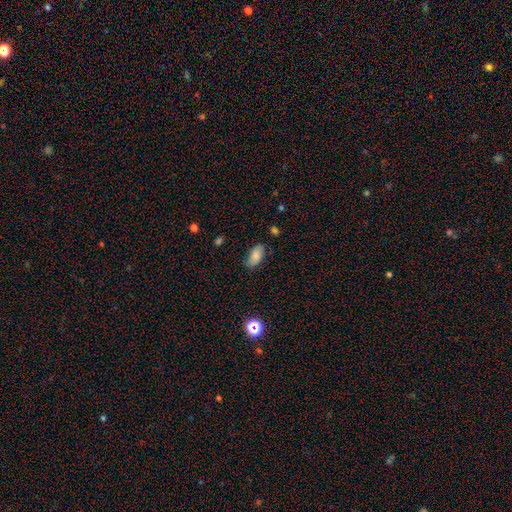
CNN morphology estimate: A smooth galaxy with no disk features (80%) that is in between round and cigar-shaped (93%).

Vote fractions:
- Smooth or featured? smooth: 80% / featured or disk: 12% / star or artifact: 8%
- How rounded? in between: 93% / cigar-shaped: 4% / round: 3%
- Merging? none: 73% / minor disturbance: 21% / major disturbance: 4% / merger: 2%